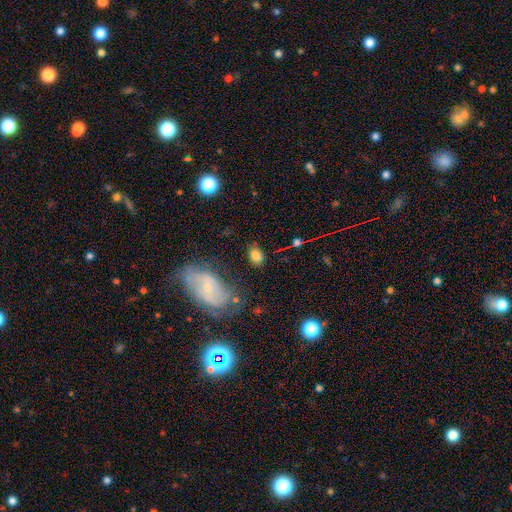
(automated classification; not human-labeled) smooth-or-featured: smooth: 74% | featured or disk: 15% | star or artifact: 11%
  how-rounded: in between: 79% | round: 19% | cigar-shaped: 2%
  merging: none: 74% | minor disturbance: 16% | major disturbance: 6% | merger: 5%